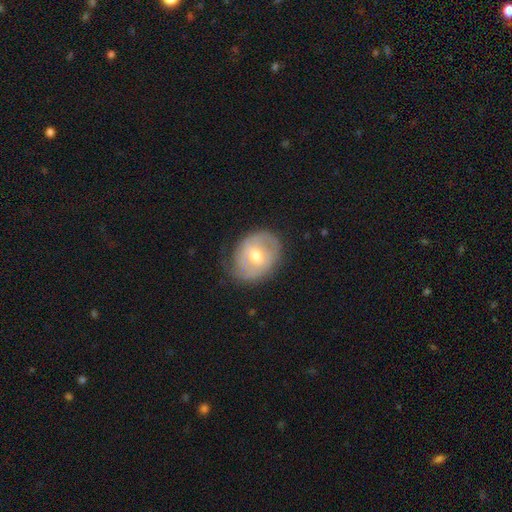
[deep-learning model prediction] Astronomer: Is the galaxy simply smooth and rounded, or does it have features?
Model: featured or disk — 57% (runner-up: smooth, 36%).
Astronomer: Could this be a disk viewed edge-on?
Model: no — 96%.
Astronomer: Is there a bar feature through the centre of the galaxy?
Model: weak — 49% (runner-up: no, 36%).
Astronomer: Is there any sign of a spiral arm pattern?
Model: yes — 67%.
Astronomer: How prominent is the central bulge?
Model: moderate — 73%.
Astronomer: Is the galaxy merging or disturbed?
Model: none — 67%.